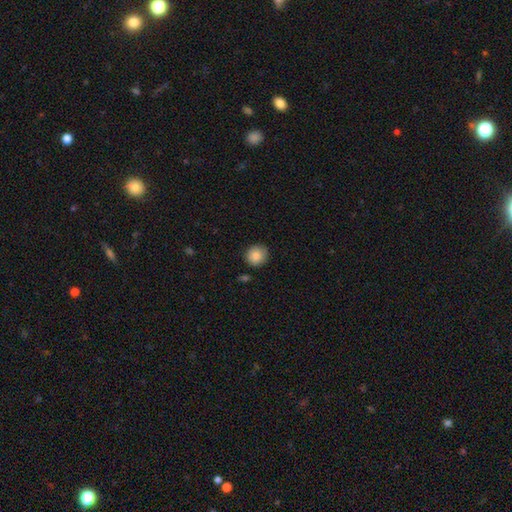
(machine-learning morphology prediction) A smooth galaxy with no disk features (86%) that is round (89%).

Vote fractions:
- Smooth or featured? smooth: 86% / star or artifact: 8% / featured or disk: 6%
- How rounded? round: 89% / in between: 10% / cigar-shaped: 1%
- Merging? none: 84% / minor disturbance: 12% / major disturbance: 2% / merger: 2%